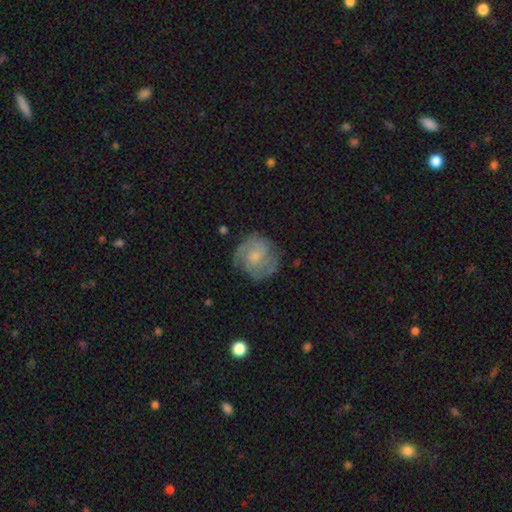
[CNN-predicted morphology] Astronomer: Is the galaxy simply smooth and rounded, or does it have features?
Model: featured or disk — 56% (runner-up: smooth, 37%).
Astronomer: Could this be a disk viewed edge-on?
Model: no — 98%.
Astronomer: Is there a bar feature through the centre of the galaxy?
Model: no — 71%.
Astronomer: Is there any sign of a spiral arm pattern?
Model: yes — 80%.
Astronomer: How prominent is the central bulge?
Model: small — 49% (runner-up: moderate, 37%).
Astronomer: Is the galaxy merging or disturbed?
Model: none — 68%.